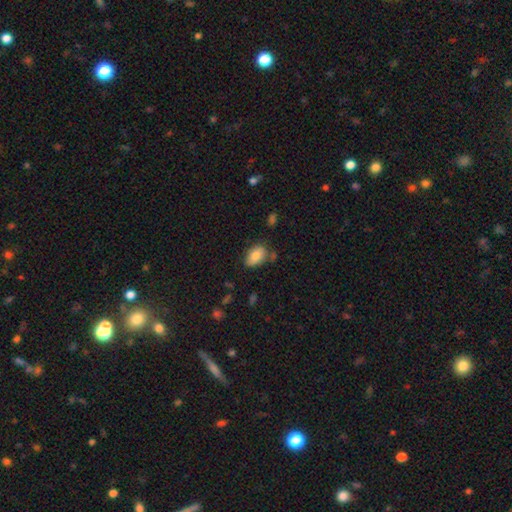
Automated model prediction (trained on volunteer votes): Q: Smooth or featured?
A: smooth (82%); runner-up: featured or disk (11%)
Q: How rounded?
A: in between (90%); runner-up: round (8%)
Q: Merging?
A: none (70%); runner-up: minor disturbance (19%)